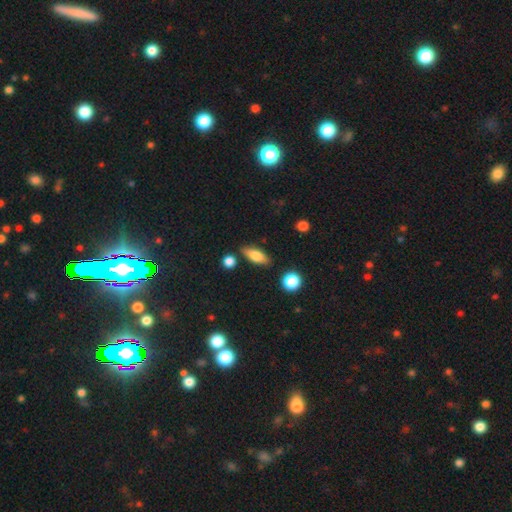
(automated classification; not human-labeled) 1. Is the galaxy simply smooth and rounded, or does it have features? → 70% smooth, 22% featured or disk, 8% star or artifact.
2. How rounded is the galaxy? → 69% in between, 26% cigar-shaped, 5% round.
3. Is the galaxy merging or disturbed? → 80% none, 12% minor disturbance, 5% merger, 3% major disturbance.